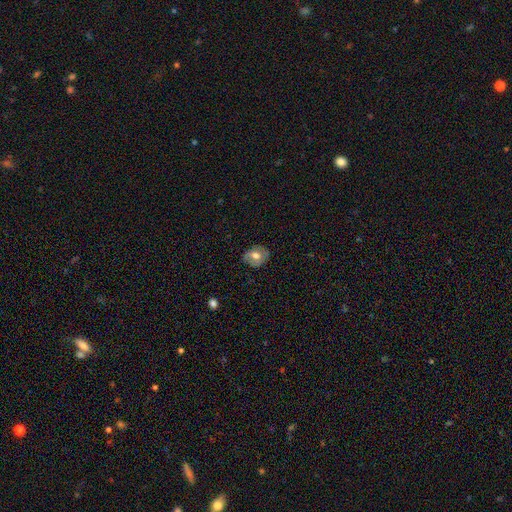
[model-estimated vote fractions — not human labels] Q: Smooth or featured?
A: smooth (55%); runner-up: featured or disk (36%)
Q: How rounded?
A: round (54%); runner-up: in between (45%)
Q: Merging?
A: none (74%); runner-up: minor disturbance (20%)